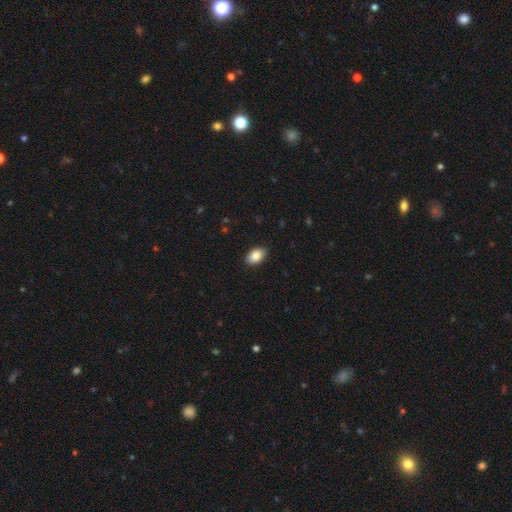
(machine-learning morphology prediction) smooth_or_featured: smooth (p=0.86) [alt: star or artifact p=0.07]
how_rounded: in between (p=0.90) [alt: round p=0.08]
merging: none (p=0.88) [alt: minor disturbance p=0.10]